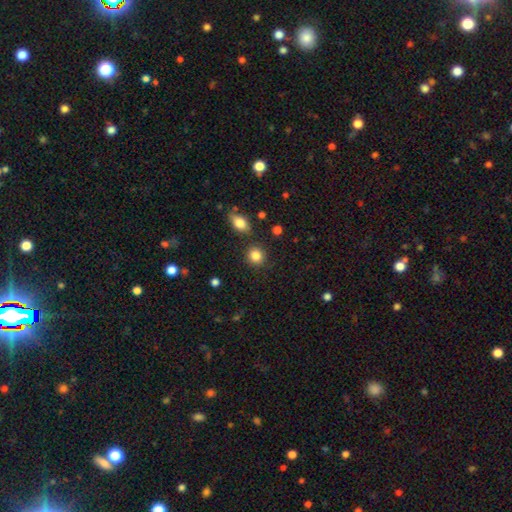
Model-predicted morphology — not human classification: A smooth galaxy with no disk features (85%) that is round (85%). Merging: none (84%).